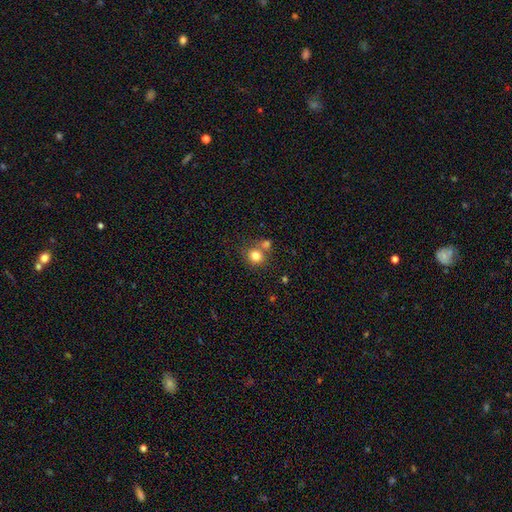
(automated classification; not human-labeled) Q: Smooth or featured?
A: smooth (80%); runner-up: star or artifact (12%)
Q: How rounded?
A: round (82%); runner-up: in between (17%)
Q: Merging?
A: none (60%); runner-up: merger (26%)